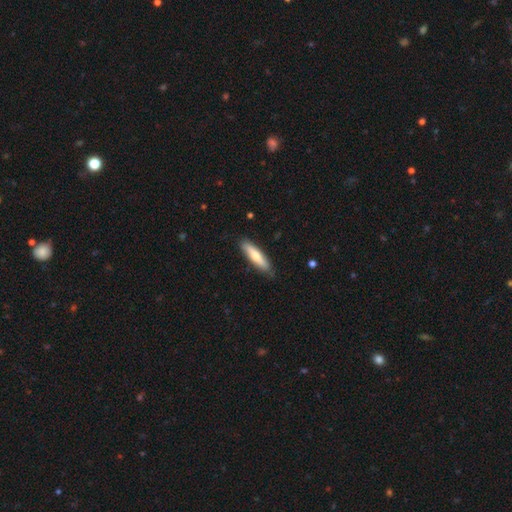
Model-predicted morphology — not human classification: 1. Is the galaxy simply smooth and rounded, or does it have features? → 65% smooth, 30% featured or disk, 5% star or artifact.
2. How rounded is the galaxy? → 74% cigar-shaped, 25% in between, 2% round.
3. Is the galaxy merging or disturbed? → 84% none, 13% minor disturbance, 2% major disturbance, 1% merger.